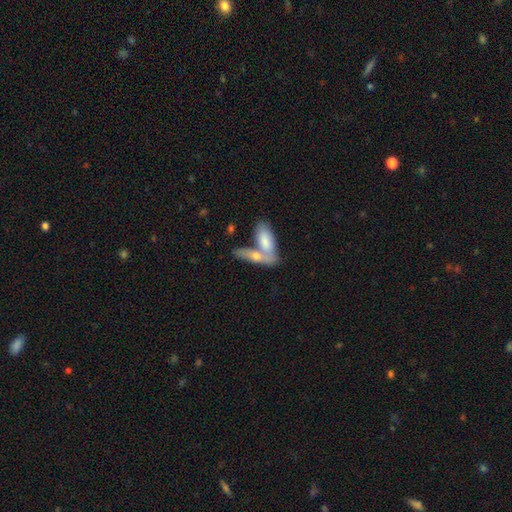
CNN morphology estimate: type=smooth (70%); roundness=in between (60%); merging=merger (57%).